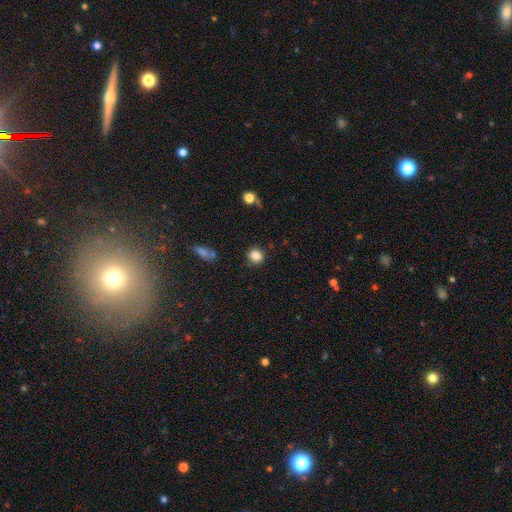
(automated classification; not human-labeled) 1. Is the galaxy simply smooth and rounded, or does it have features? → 85% smooth, 10% star or artifact, 4% featured or disk.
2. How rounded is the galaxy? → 81% round, 18% in between, 1% cigar-shaped.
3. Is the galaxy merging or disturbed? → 87% none, 8% minor disturbance, 3% major disturbance, 2% merger.